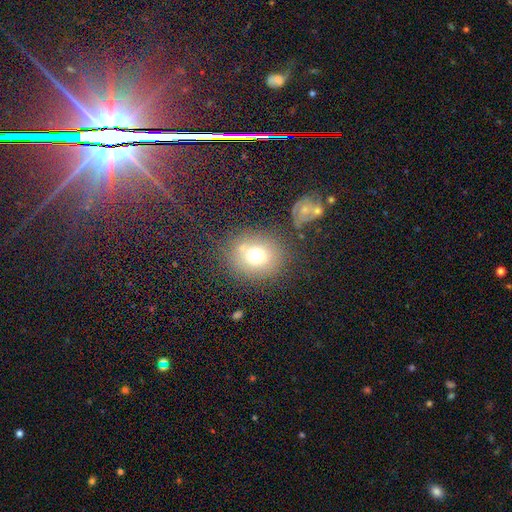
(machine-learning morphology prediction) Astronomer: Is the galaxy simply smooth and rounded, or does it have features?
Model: smooth — 72%.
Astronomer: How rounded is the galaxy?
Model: round — 71%.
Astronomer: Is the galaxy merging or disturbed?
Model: none — 70%.